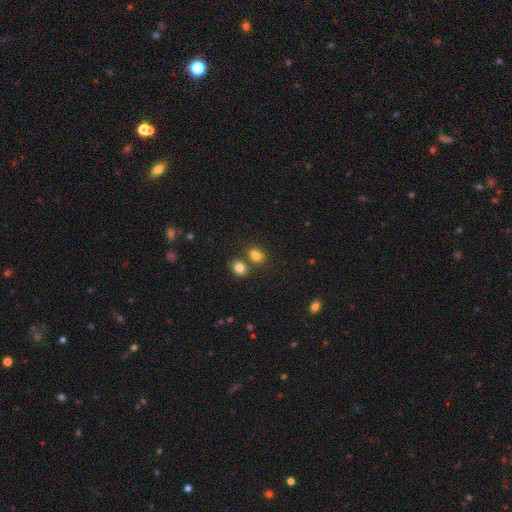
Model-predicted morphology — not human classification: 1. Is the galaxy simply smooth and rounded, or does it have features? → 80% smooth, 13% star or artifact, 8% featured or disk.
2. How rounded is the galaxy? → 57% in between, 42% round, 1% cigar-shaped.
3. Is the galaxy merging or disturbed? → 57% none, 29% merger, 11% minor disturbance, 3% major disturbance.